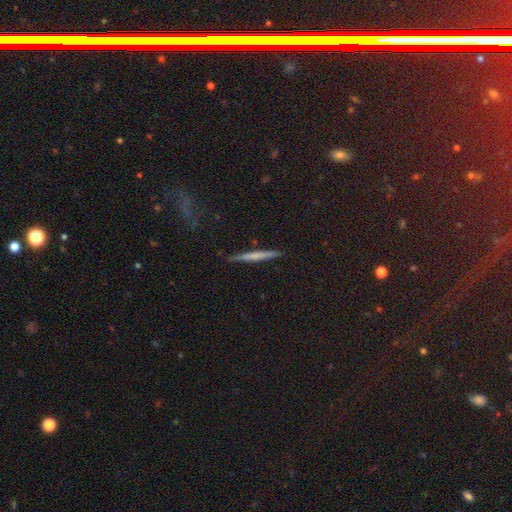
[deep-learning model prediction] smooth_or_featured: smooth (p=0.47) [alt: featured or disk p=0.45]
merging: none (p=0.88) [alt: minor disturbance p=0.09]